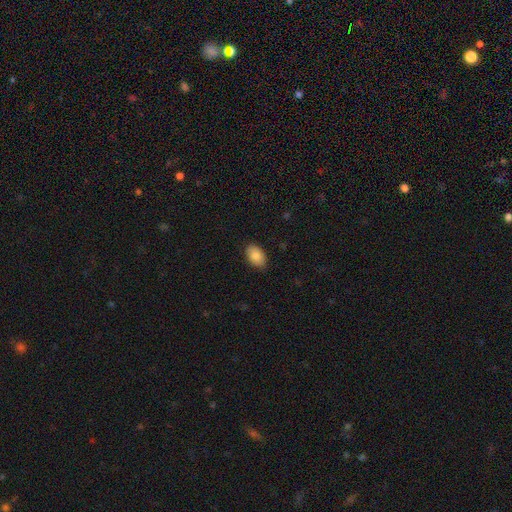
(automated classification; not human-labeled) Morphology: type=smooth (88%); roundness=in between (91%); merging=none (84%).